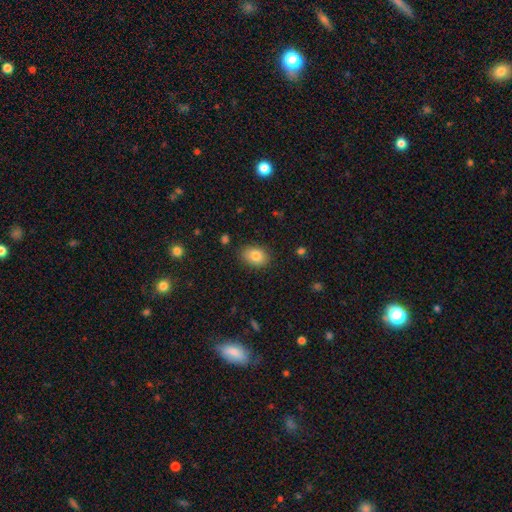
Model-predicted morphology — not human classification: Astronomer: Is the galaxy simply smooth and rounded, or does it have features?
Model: smooth — 83%.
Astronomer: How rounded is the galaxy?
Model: in between — 75%.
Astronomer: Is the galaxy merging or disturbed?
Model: none — 85%.